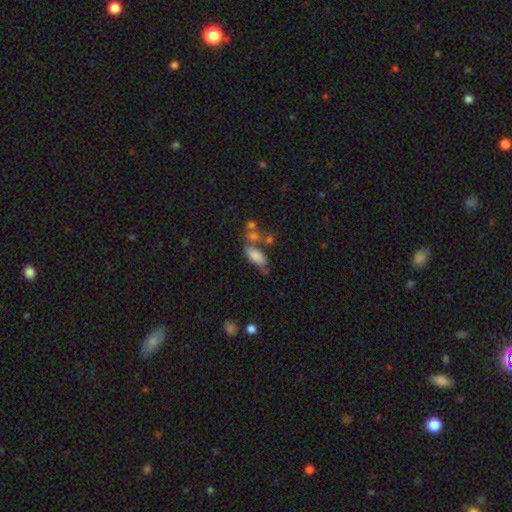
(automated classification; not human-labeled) Smooth or featured?
  - smooth: 79% *
  - featured or disk: 13%
  - star or artifact: 9%
How rounded?
  - in between: 85% *
  - cigar-shaped: 12%
  - round: 3%
Merging?
  - none: 45% *
  - merger: 25%
  - minor disturbance: 19%
  - major disturbance: 10%